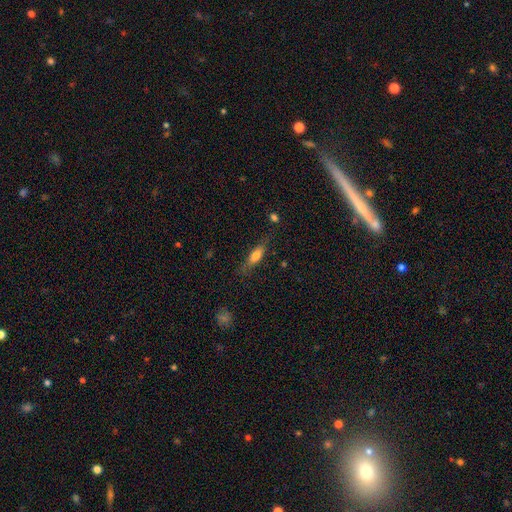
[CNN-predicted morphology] Smooth or featured? smooth (67%)
How rounded? cigar-shaped (49%)
Merging? none (74%)